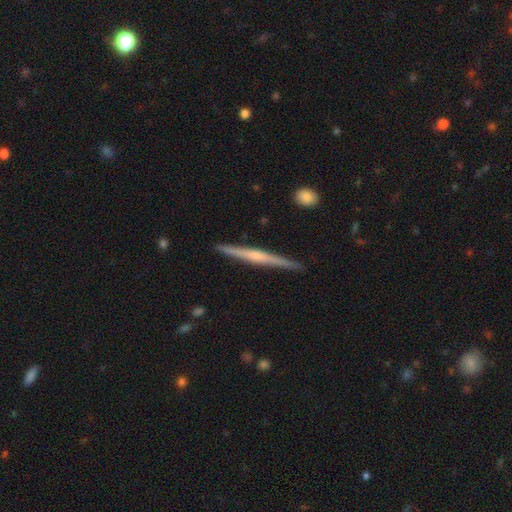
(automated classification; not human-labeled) The model was most divided on "edge-on bulge": rounded: 56%, none: 32%, boxy: 12%. More confident: edge-on disk — yes (98%); merging — none (90%); smooth or featured — featured or disk (70%).